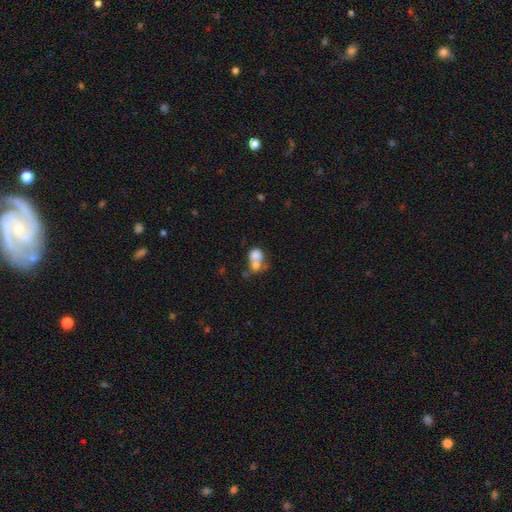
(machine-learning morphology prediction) A smooth galaxy with no disk features (71%) that is round (54%).

Vote fractions:
- Smooth or featured? smooth: 71% / featured or disk: 19% / star or artifact: 10%
- How rounded? round: 54% / in between: 45% / cigar-shaped: 1%
- Merging? merger: 66% / none: 20% / minor disturbance: 8% / major disturbance: 7%